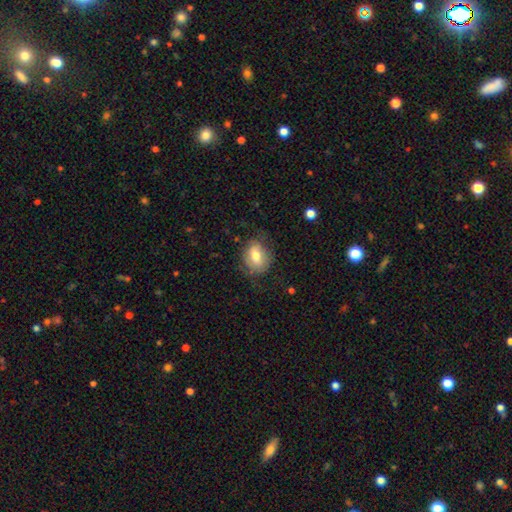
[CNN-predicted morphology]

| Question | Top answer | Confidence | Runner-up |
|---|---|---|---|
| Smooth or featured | smooth | 67% | featured or disk (25%) |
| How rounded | in between | 70% | round (29%) |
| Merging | none | 63% | minor disturbance (24%) |